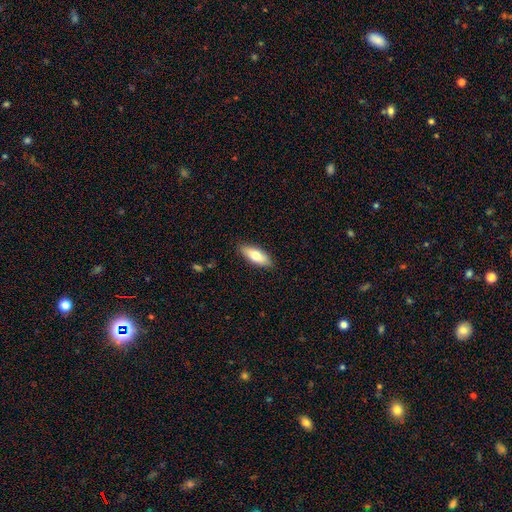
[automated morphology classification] Overall: smooth (74%). How rounded: in between (74%). Merging: none (87%).